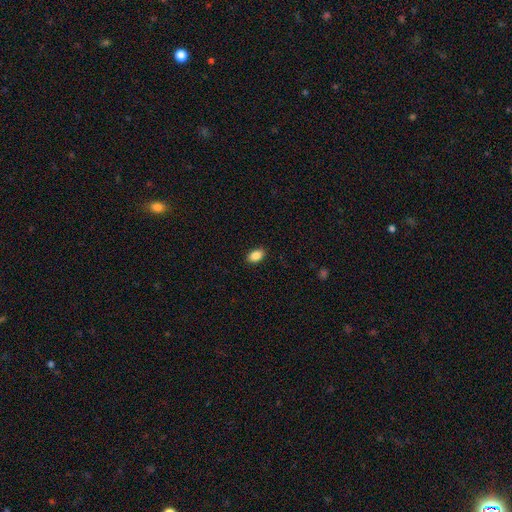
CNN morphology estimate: Overall: smooth (88%). How rounded: in between (89%). Merging: none (90%).